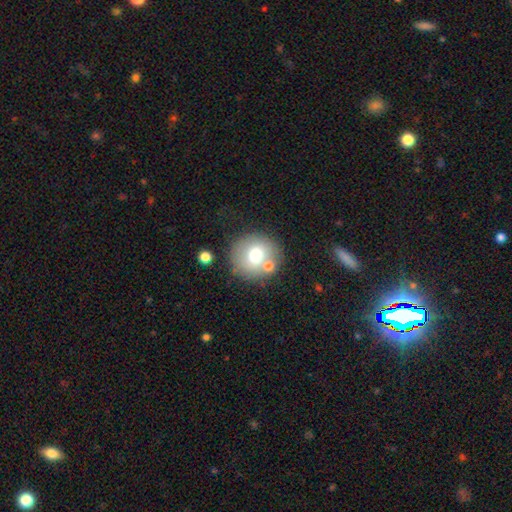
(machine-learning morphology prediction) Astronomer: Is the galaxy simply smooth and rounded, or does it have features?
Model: smooth — 70%.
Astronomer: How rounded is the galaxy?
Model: round — 90%.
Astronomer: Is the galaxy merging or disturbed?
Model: none — 71%.